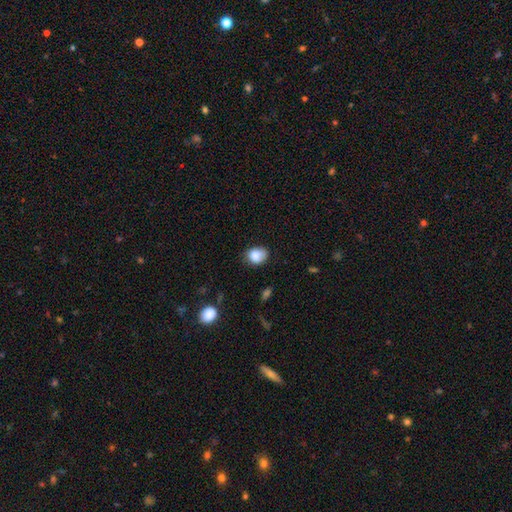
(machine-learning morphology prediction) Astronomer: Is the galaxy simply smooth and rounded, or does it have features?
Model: smooth — 84%.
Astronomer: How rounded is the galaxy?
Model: in between — 55% (runner-up: round, 44%).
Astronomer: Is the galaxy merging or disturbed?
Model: none — 62%.